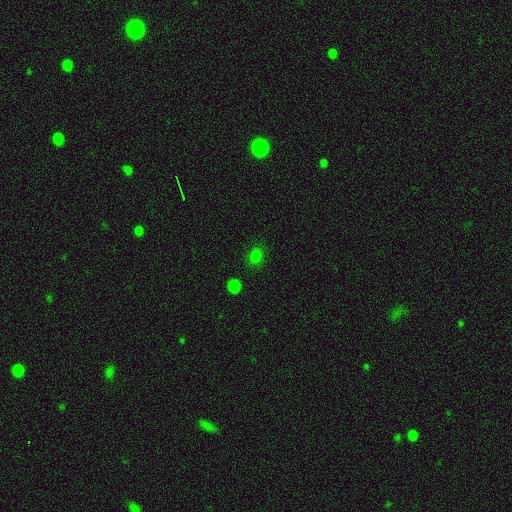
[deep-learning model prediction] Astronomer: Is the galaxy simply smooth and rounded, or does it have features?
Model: smooth — 76%.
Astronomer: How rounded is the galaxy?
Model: in between — 50% (runner-up: round, 49%).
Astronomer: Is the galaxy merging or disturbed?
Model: none — 83%.